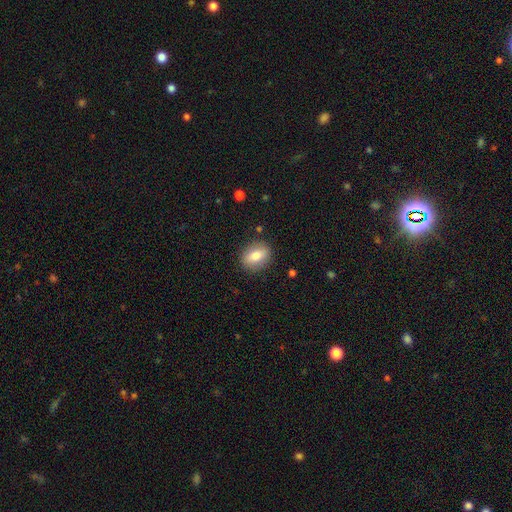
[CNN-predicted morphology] Smooth or featured?
  - smooth: 77% *
  - featured or disk: 16%
  - star or artifact: 7%
How rounded?
  - in between: 64% *
  - round: 33%
  - cigar-shaped: 3%
Merging?
  - none: 86% *
  - minor disturbance: 10%
  - major disturbance: 3%
  - merger: 1%